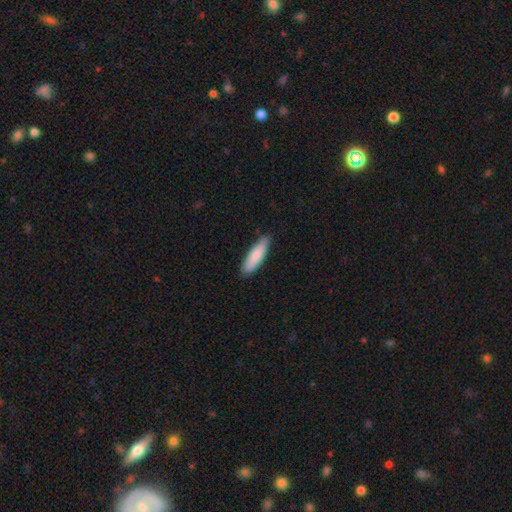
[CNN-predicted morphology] This appears to be a smooth galaxy with no disk features (84%) that is cigar-shaped (61%). Merging: none (85%).